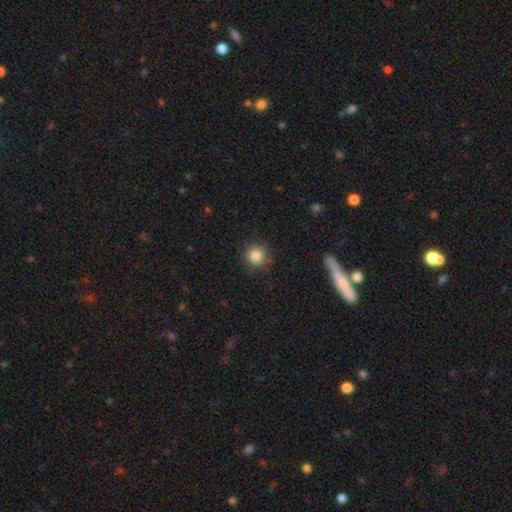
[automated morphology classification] Overall: smooth (83%). How rounded: round (94%). Merging: none (85%).